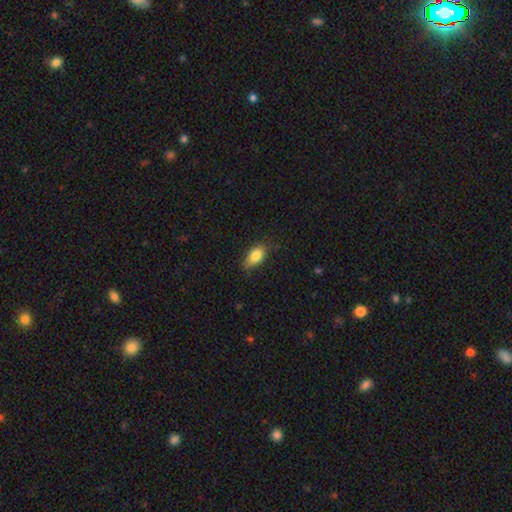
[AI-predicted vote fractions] Smooth or featured? Predicted: smooth (p=0.81). How rounded? Predicted: in between (p=0.87). Merging? Predicted: none (p=0.72).